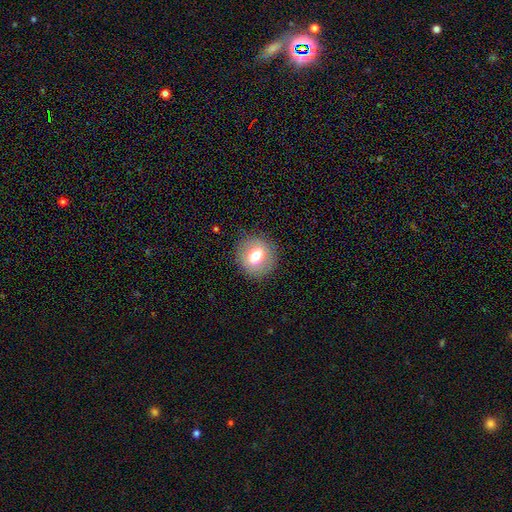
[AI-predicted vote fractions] Smooth or featured? Predicted: smooth (p=0.69). How rounded? Predicted: round (p=0.87). Merging? Predicted: none (p=0.88).